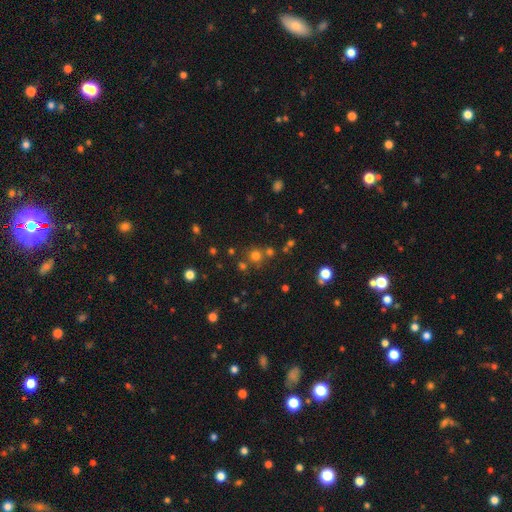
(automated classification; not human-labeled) Smooth or featured? smooth (67%)
How rounded? round (91%)
Merging? none (71%)